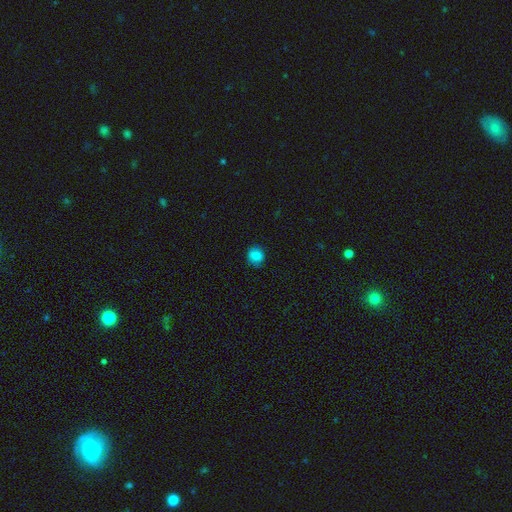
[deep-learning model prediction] Smooth or featured?
  - smooth: 82% *
  - star or artifact: 10%
  - featured or disk: 7%
How rounded?
  - round: 81% *
  - in between: 18%
  - cigar-shaped: 1%
Merging?
  - none: 85% *
  - minor disturbance: 12%
  - major disturbance: 3%
  - merger: 1%